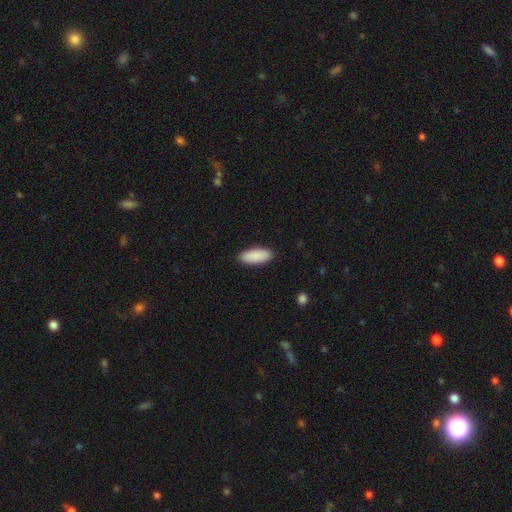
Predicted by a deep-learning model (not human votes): smooth_or_featured: smooth (p=0.91) [alt: star or artifact p=0.06]
how_rounded: in between (p=0.82) [alt: cigar-shaped p=0.16]
merging: none (p=0.89) [alt: minor disturbance p=0.08]